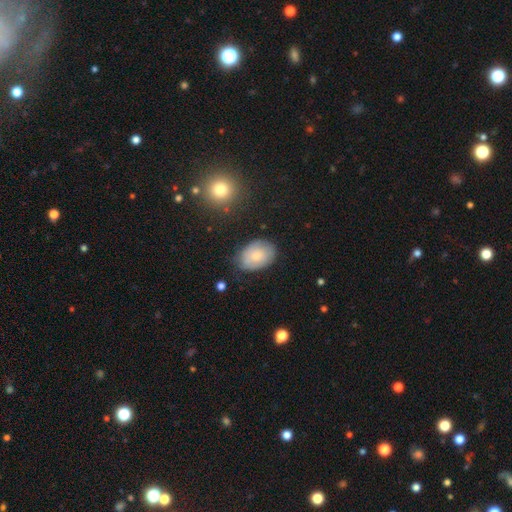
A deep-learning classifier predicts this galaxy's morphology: This is likely a smooth galaxy (72%). How rounded: clearly in between (81%). Merging: likely none (73%).